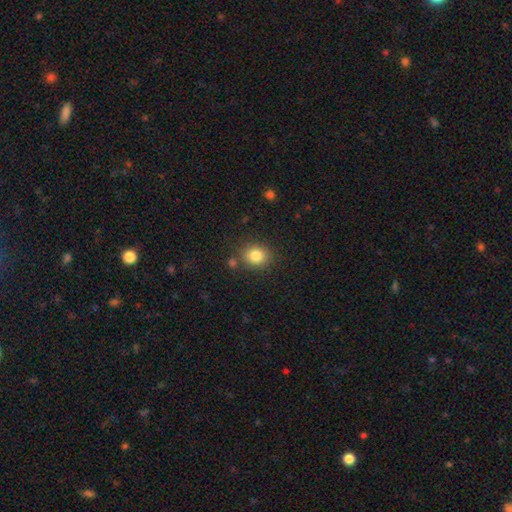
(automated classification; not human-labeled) The model was most divided on "how rounded": round: 68%, in between: 31%, cigar-shaped: 1%. More confident: smooth or featured — smooth (83%); merging — none (81%).